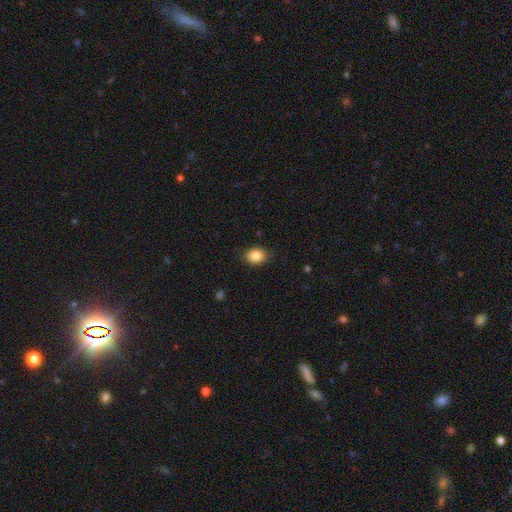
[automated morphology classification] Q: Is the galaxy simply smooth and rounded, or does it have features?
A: smooth — 85%.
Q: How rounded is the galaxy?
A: in between — 57%.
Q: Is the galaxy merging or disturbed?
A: none — 83%.